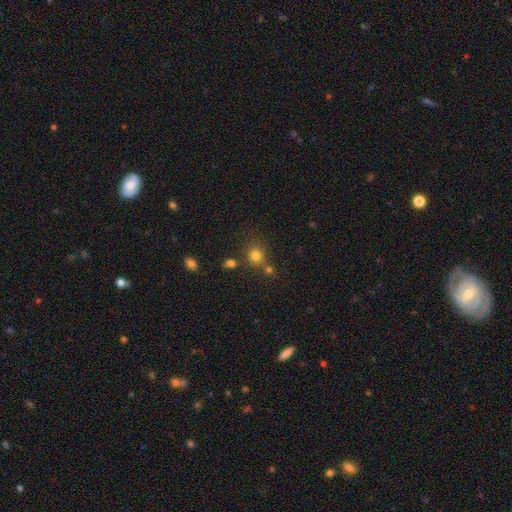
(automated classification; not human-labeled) Q: Smooth or featured?
A: smooth (77%); runner-up: star or artifact (16%)
Q: How rounded?
A: round (80%); runner-up: in between (19%)
Q: Merging?
A: none (66%); runner-up: merger (18%)